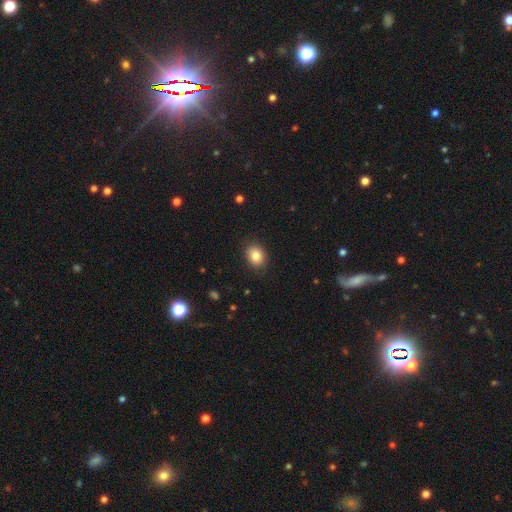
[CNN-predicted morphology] Q: Smooth or featured?
A: smooth (84%); runner-up: star or artifact (9%)
Q: How rounded?
A: in between (56%); runner-up: round (43%)
Q: Merging?
A: none (87%); runner-up: minor disturbance (9%)